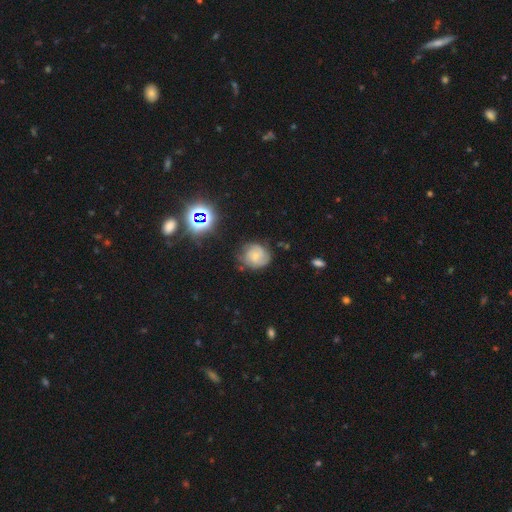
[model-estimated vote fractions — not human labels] Morphology: type=smooth (43%, tied with featured or disk); merging=none (65%).